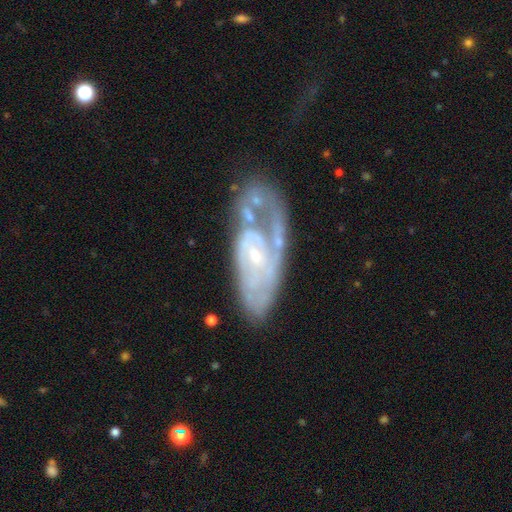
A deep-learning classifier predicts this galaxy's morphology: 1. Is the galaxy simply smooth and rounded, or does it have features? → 82% featured or disk, 12% smooth, 6% star or artifact.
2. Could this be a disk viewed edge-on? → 93% no, 7% yes.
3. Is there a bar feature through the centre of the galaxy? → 56% no, 35% weak, 8% strong.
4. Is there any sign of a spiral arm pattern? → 86% yes, 14% no.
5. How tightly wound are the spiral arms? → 54% tight, 33% medium, 13% loose.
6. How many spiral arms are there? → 34% can't tell, 29% 2, 24% 1, 7% 3, 3% 4, 3% more than 4.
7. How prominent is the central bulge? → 69% small, 23% moderate, 5% none, 2% large, 1% dominant.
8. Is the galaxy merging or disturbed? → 40% none, 22% major disturbance, 21% minor disturbance, 17% merger.